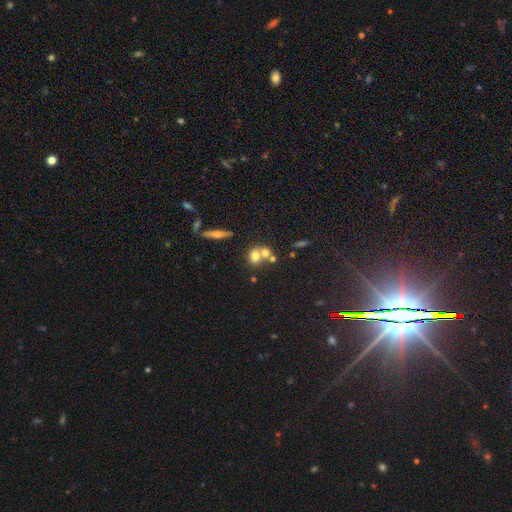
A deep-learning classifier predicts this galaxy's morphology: type=smooth (66%); roundness=round (60%); merging=merger (54%).